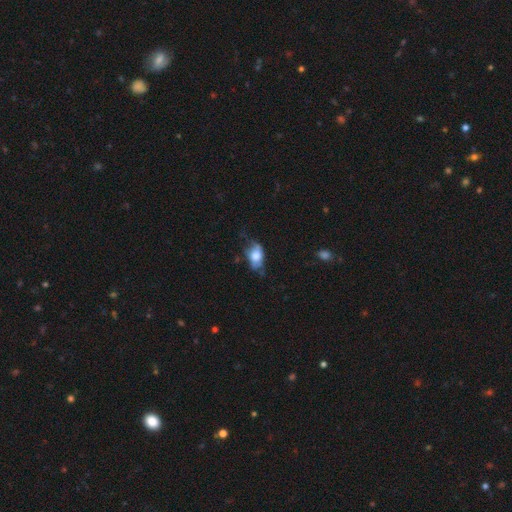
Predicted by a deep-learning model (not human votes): This is likely a smooth galaxy (63%). How rounded: clearly in between (86%). Merging: marginally none (43%).